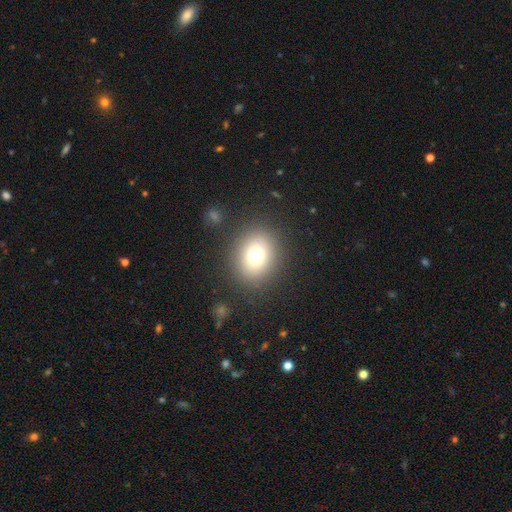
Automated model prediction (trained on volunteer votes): This appears to be a smooth galaxy with no disk features (74%) that is round (64%). Merging: none (86%).